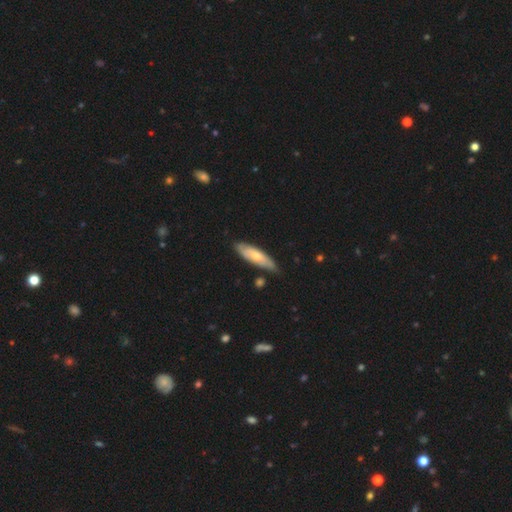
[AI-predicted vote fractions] The model was most divided on "how rounded": cigar-shaped: 52%, in between: 47%, round: 2%. More confident: merging — none (75%); smooth or featured — smooth (55%).